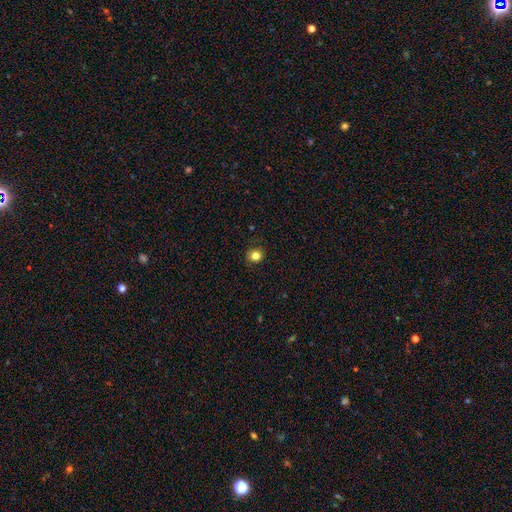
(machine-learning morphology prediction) Overall: smooth (82%). How rounded: round (82%). Merging: none (88%).